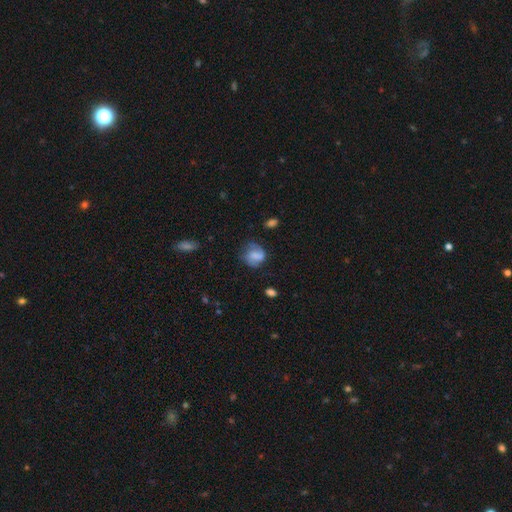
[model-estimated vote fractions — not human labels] Overall: smooth (50%; featured or disk 41%). How rounded: round (64%; in between 35%). Merging: none (55%; minor disturbance 26%).